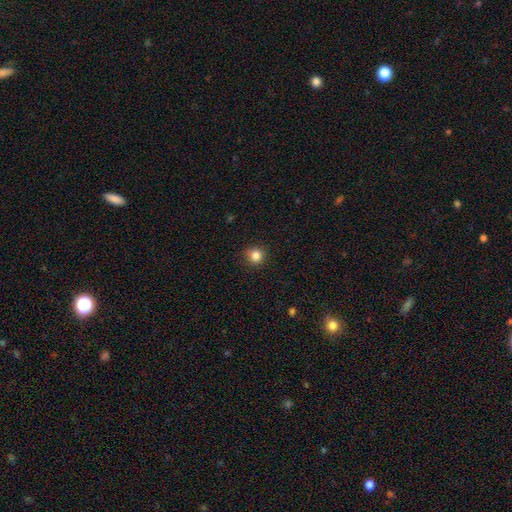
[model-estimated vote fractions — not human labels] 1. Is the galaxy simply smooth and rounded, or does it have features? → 84% smooth, 11% star or artifact, 4% featured or disk.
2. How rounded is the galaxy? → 91% round, 8% in between, 1% cigar-shaped.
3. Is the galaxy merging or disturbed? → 89% none, 8% minor disturbance, 2% major disturbance, 1% merger.